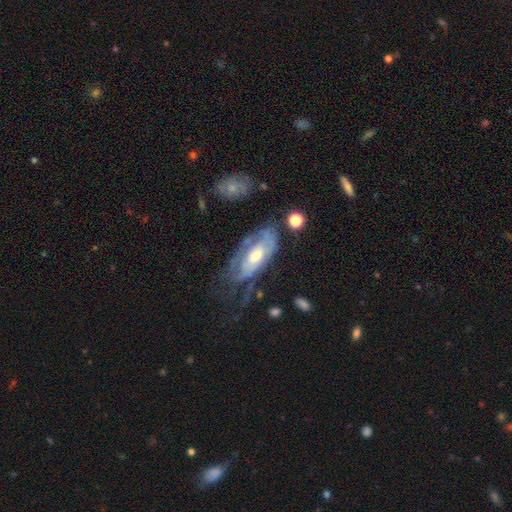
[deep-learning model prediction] This is likely a featured or disk galaxy (68%). It is clearly not viewed edge-on (87%). Bar: likely no (72%). Spiral arm pattern: likely yes (67%). Central bulge: possibly moderate (58%). Merging: possibly none (45%).